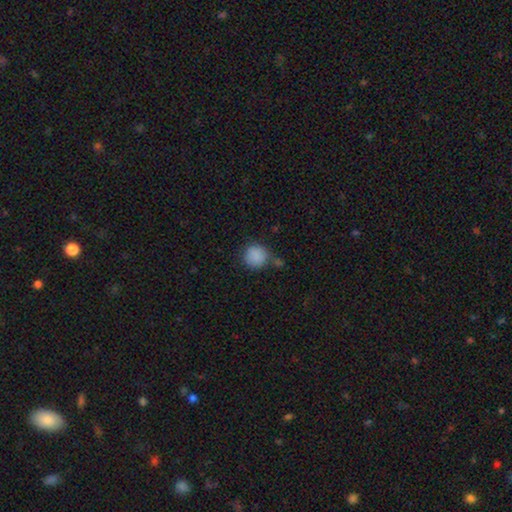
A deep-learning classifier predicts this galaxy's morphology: smooth-or-featured: smooth: 87% | star or artifact: 9% | featured or disk: 4%
  how-rounded: round: 90% | in between: 9% | cigar-shaped: 1%
  merging: none: 68% | minor disturbance: 16% | merger: 11% | major disturbance: 5%